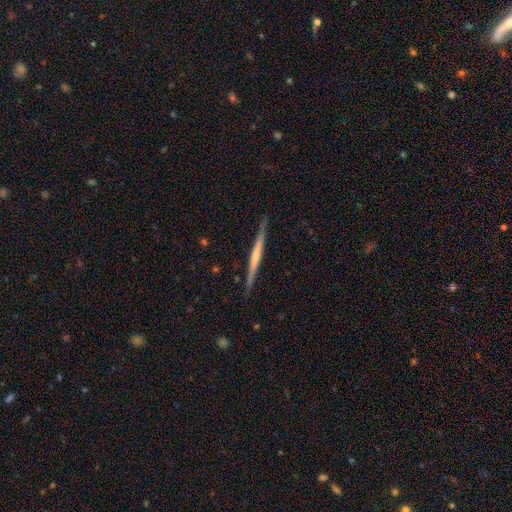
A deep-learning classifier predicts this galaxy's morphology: This appears to be a featured or disk galaxy (61%) viewed edge-on (97%) with no central bulge (68%). Merging: none (88%).